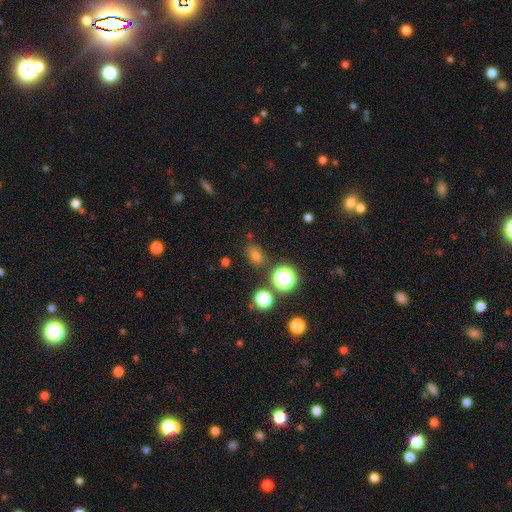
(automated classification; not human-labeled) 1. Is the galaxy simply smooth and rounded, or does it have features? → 69% smooth, 24% star or artifact, 7% featured or disk.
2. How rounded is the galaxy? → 59% in between, 40% round, 2% cigar-shaped.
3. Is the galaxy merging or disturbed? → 79% none, 12% minor disturbance, 5% merger, 4% major disturbance.